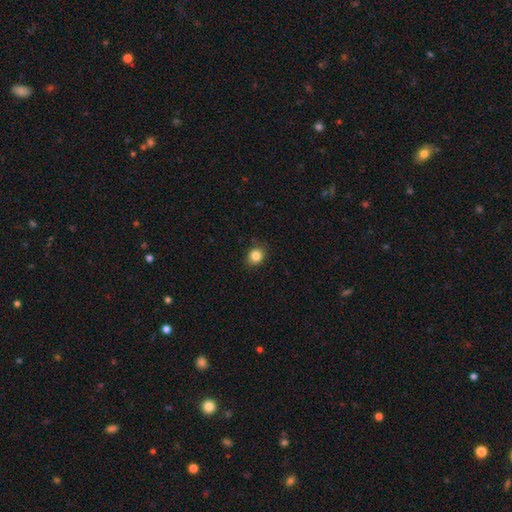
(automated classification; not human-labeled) smooth-or-featured: smooth: 85% | star or artifact: 11% | featured or disk: 5%
  how-rounded: round: 70% | in between: 30% | cigar-shaped: 1%
  merging: none: 87% | minor disturbance: 10% | major disturbance: 2% | merger: 1%